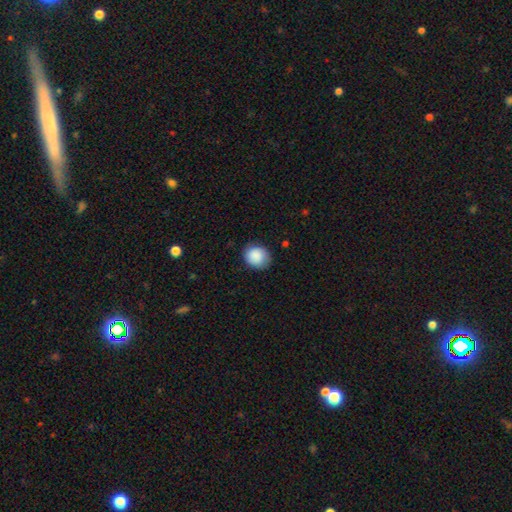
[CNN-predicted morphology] The model was most divided on "how rounded": round: 68%, in between: 31%, cigar-shaped: 1%. More confident: smooth or featured — smooth (88%); merging — none (79%).